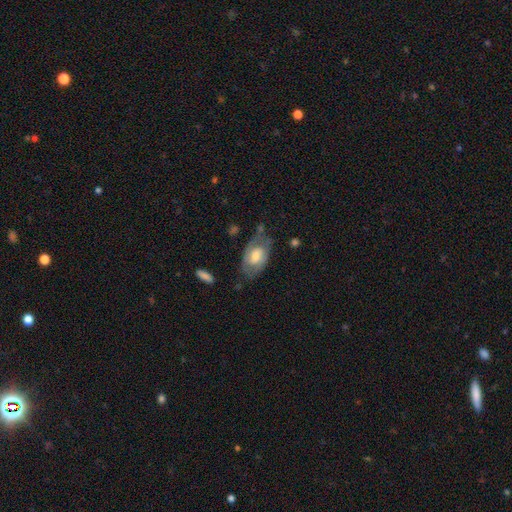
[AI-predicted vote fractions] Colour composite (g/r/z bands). It shows a featured or disk galaxy (56%) with no bar (50%), spiral arms (68%) and a moderate central bulge (52%). Merging: none (56%).